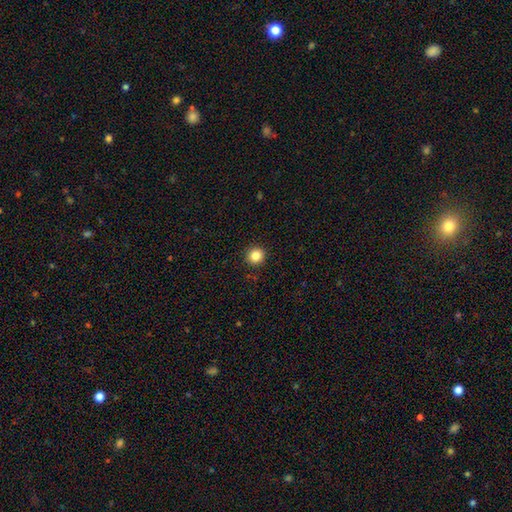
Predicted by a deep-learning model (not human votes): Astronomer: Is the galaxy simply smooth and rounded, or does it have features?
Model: smooth — 85%.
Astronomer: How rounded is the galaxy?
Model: round — 93%.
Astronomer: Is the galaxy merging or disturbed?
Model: none — 93%.